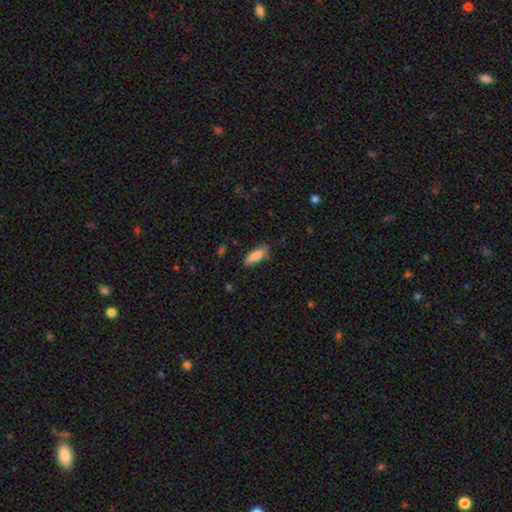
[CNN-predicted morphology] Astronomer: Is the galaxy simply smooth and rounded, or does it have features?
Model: smooth — 85%.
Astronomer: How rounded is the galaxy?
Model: in between — 55% (runner-up: cigar-shaped, 43%).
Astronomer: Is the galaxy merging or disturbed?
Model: none — 79%.